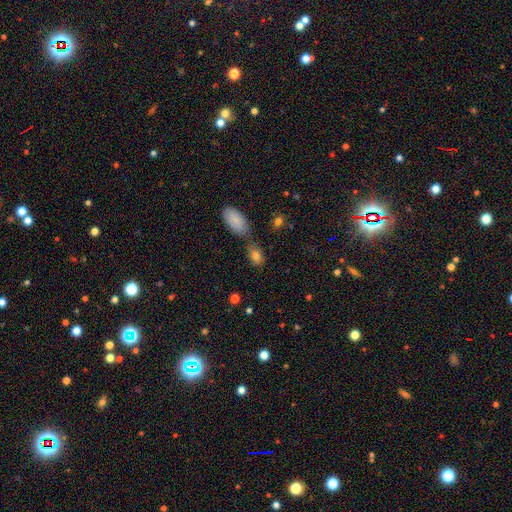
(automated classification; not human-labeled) A smooth galaxy with no disk features (81%) that is in between round and cigar-shaped (82%). Merging: none (56%).